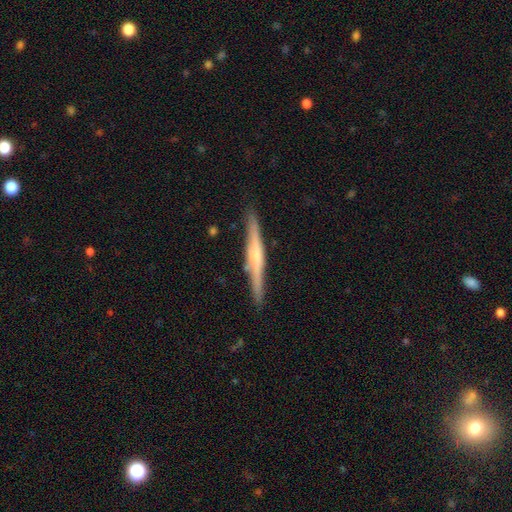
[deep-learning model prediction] Q: Smooth or featured?
A: featured or disk (71%); runner-up: smooth (23%)
Q: Edge-on disk?
A: yes (98%); runner-up: no (2%)
Q: Edge-on bulge?
A: rounded (67%); runner-up: none (17%)
Q: Merging?
A: none (89%); runner-up: minor disturbance (8%)